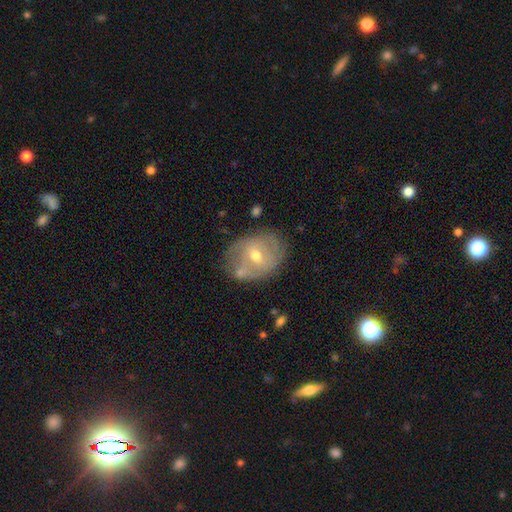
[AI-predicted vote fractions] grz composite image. It shows a featured or disk galaxy (66%) with a weak bar (49%), spiral arms (64%) and a moderate central bulge (62%). Merging: none (62%).